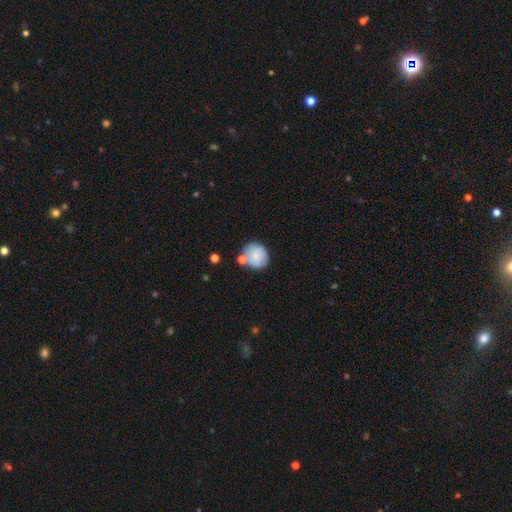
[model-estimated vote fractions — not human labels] Overall: smooth (76%). How rounded: round (84%). Merging: none (64%).